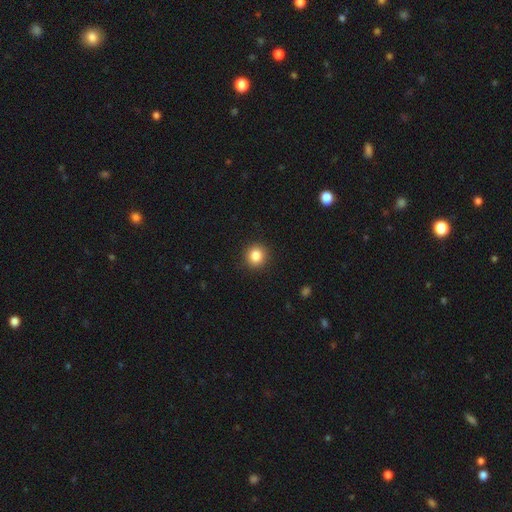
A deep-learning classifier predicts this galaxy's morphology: Smooth or featured? smooth (85%)
How rounded? round (90%)
Merging? none (91%)